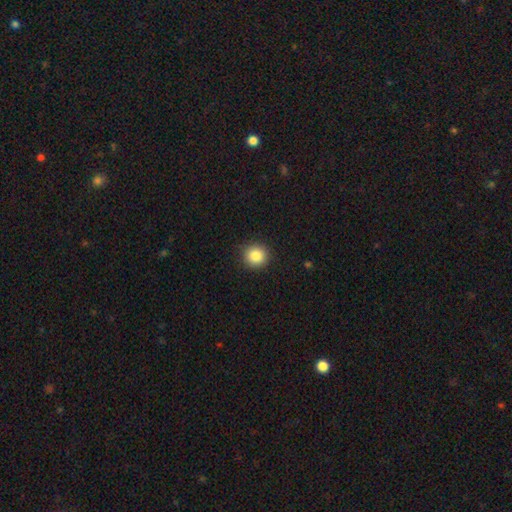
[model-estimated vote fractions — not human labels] Smooth or featured: smooth — 85% (star or artifact — 10%)
How rounded: round — 93% (in between — 6%)
Merging: none — 90% (minor disturbance — 7%)